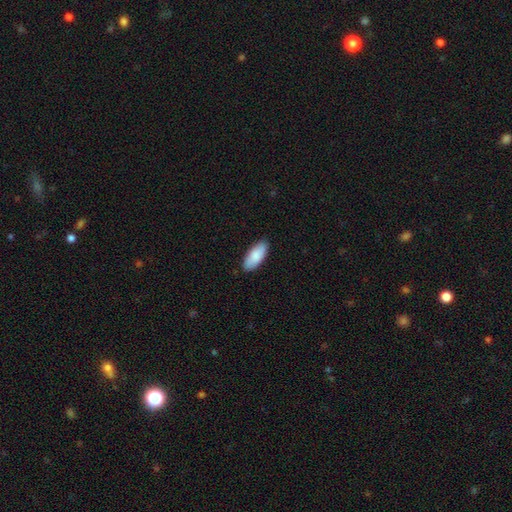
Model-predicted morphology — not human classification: Overall: smooth (86%). How rounded: in between (85%). Merging: none (88%).